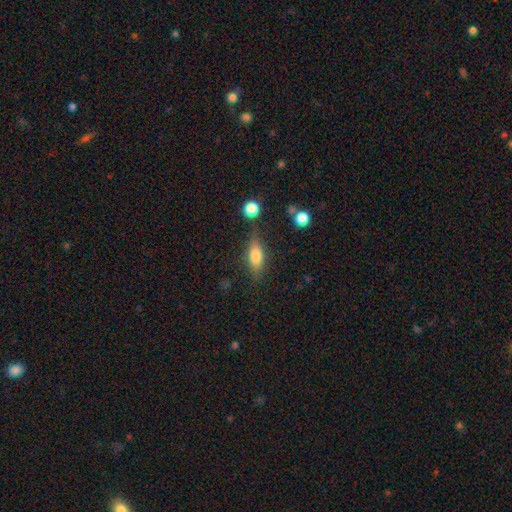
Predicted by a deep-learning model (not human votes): The model was most divided on "how rounded": in between: 70%, cigar-shaped: 25%, round: 5%. More confident: merging — none (75%); smooth or featured — smooth (72%).